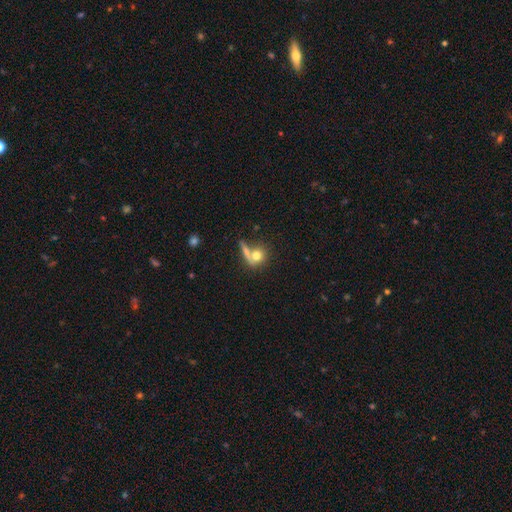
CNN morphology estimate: smooth 73%, featured or disk 17%, star or artifact 10%. Down the decision tree: how rounded — round (75%); merging — none (44%).